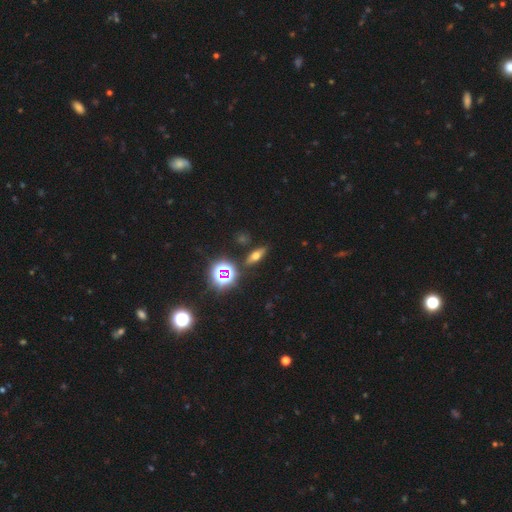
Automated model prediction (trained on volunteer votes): This is marginally a smooth galaxy (45%). Merging: clearly none (85%).